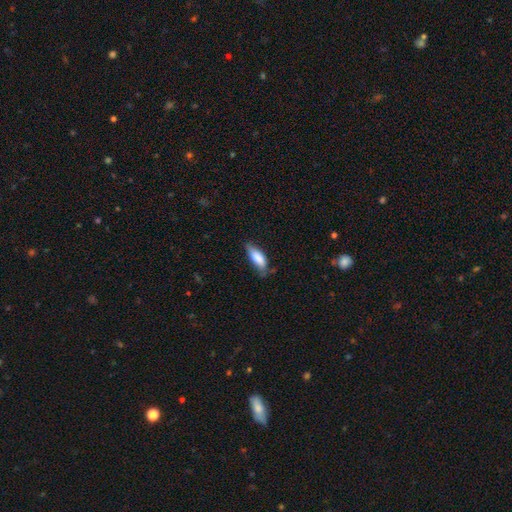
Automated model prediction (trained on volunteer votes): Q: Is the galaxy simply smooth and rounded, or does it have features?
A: smooth — 81%.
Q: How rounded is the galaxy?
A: in between — 71%.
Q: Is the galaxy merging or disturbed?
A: none — 54%.